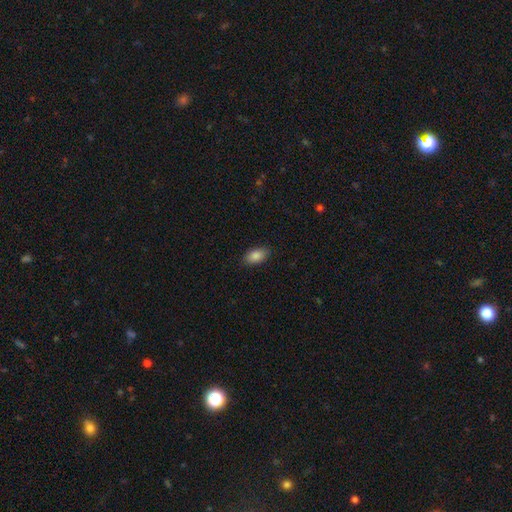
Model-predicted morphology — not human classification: The model was most divided on "merging": none: 87%, minor disturbance: 10%, major disturbance: 2%, merger: 1%. More confident: how rounded — in between (92%); smooth or featured — smooth (87%).